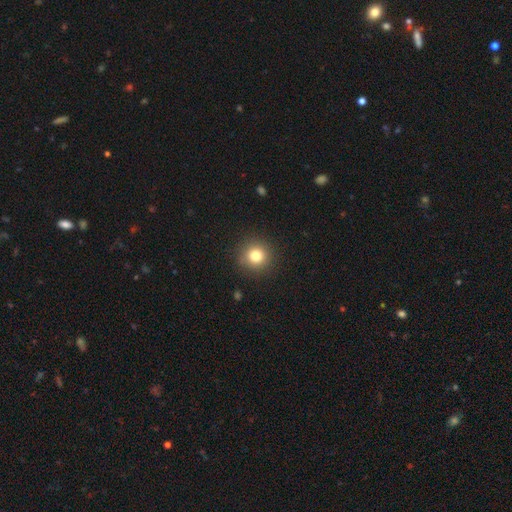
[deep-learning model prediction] A smooth galaxy with no disk features (79%) that is round (93%).

Vote fractions:
- Smooth or featured? smooth: 79% / star or artifact: 13% / featured or disk: 8%
- How rounded? round: 93% / in between: 6% / cigar-shaped: 1%
- Merging? none: 91% / minor disturbance: 6% / major disturbance: 2% / merger: 1%